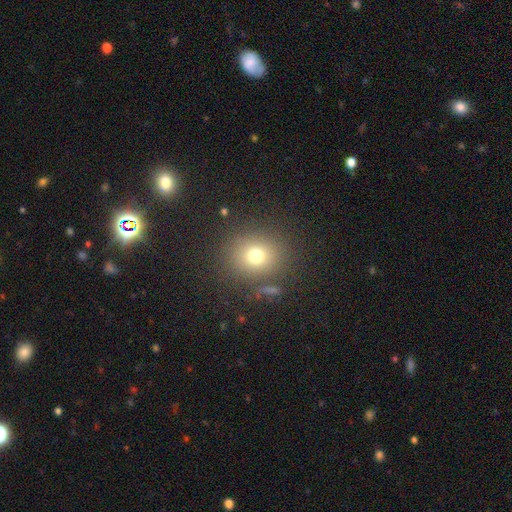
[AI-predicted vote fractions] Smooth or featured? smooth (73%)
How rounded? round (79%)
Merging? none (84%)